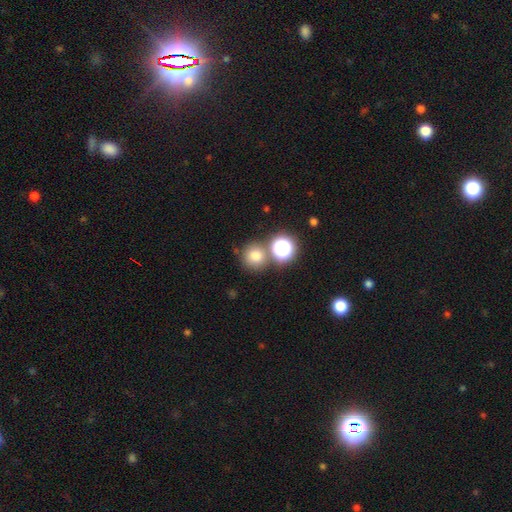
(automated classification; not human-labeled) This is likely a smooth galaxy (75%). How rounded: clearly round (91%). Merging: likely none (69%).